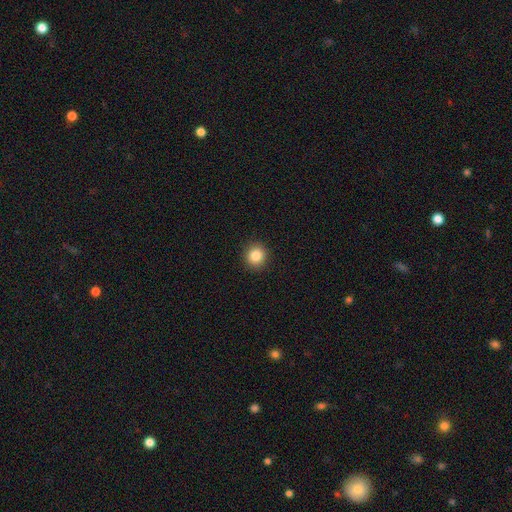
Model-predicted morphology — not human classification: type=smooth (84%); roundness=round (92%); merging=none (92%).